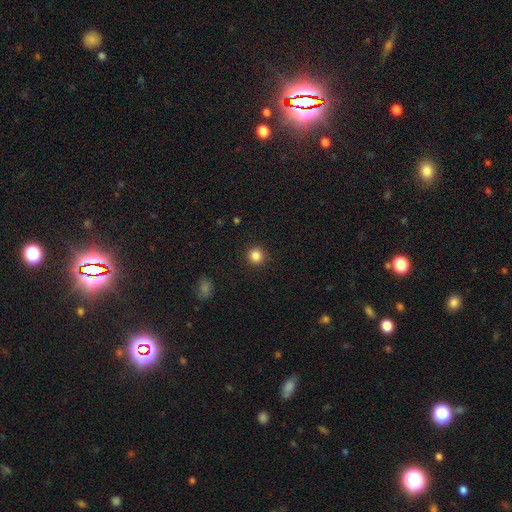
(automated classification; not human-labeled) smooth-or-featured: smooth: 85% | star or artifact: 11% | featured or disk: 4%
  how-rounded: round: 93% | in between: 6% | cigar-shaped: 1%
  merging: none: 92% | minor disturbance: 5% | major disturbance: 2% | merger: 1%